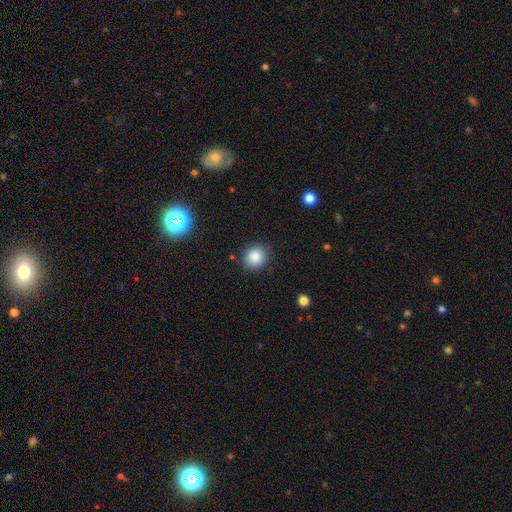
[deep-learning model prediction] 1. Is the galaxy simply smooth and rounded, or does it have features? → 86% smooth, 10% star or artifact, 4% featured or disk.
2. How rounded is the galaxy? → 89% round, 10% in between, 1% cigar-shaped.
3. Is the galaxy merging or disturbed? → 88% none, 8% minor disturbance, 3% major disturbance, 1% merger.